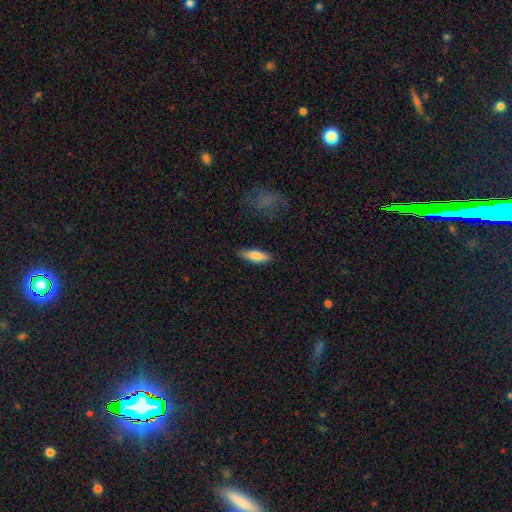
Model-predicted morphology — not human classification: smooth-or-featured: smooth: 78% | featured or disk: 16% | star or artifact: 6%
  how-rounded: cigar-shaped: 51% | in between: 48% | round: 2%
  merging: none: 87% | minor disturbance: 9% | major disturbance: 2% | merger: 1%